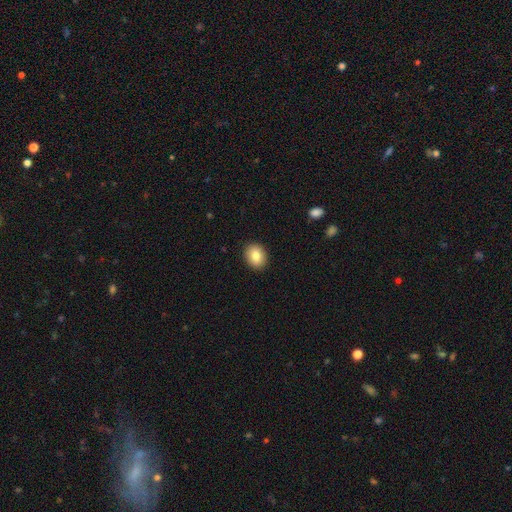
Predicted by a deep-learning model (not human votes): smooth_or_featured: smooth (p=0.84) [alt: star or artifact p=0.08]
how_rounded: in between (p=0.52) [alt: round p=0.47]
merging: none (p=0.91) [alt: minor disturbance p=0.06]